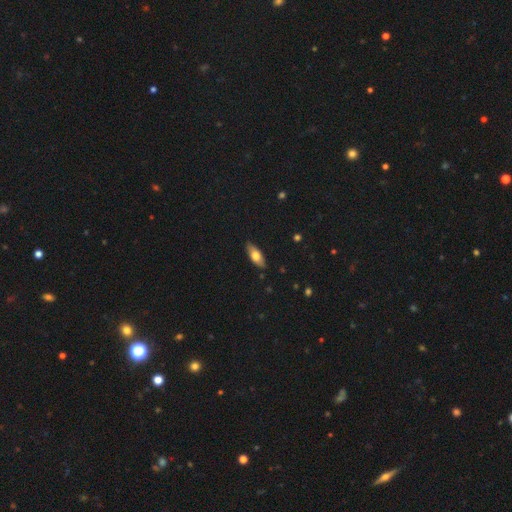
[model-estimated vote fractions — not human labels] Smooth or featured?
  - smooth: 68% *
  - featured or disk: 26%
  - star or artifact: 6%
How rounded?
  - in between: 77% *
  - cigar-shaped: 21%
  - round: 3%
Merging?
  - none: 87% *
  - minor disturbance: 11%
  - major disturbance: 2%
  - merger: 1%